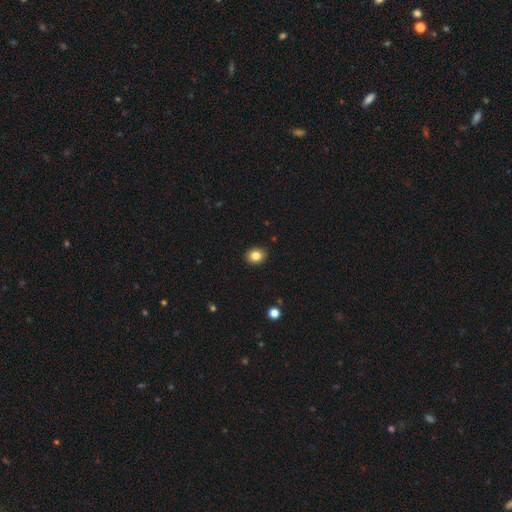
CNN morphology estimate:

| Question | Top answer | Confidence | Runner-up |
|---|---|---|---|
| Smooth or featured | smooth | 84% | star or artifact (10%) |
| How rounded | round | 55% | in between (44%) |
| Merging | none | 90% | minor disturbance (7%) |